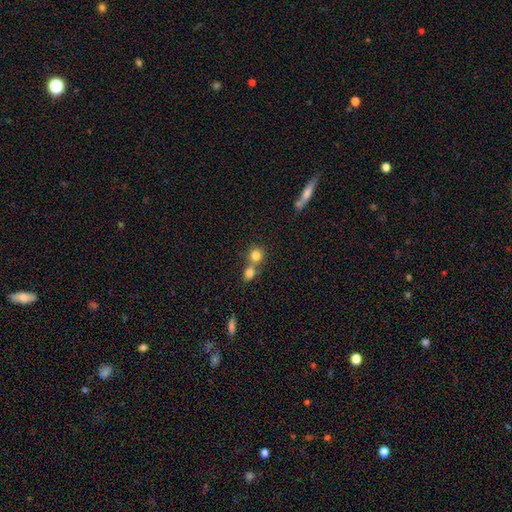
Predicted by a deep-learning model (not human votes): Morphology: type=smooth (80%); roundness=round (82%); merging=merger (51%).